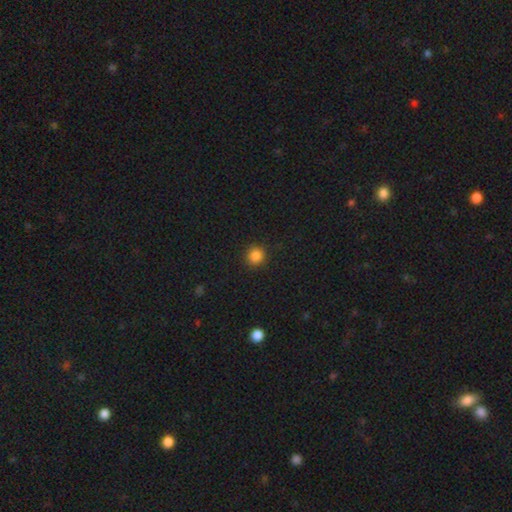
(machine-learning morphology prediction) smooth_or_featured: smooth (p=0.86) [alt: star or artifact p=0.12]
how_rounded: round (p=0.92) [alt: in between p=0.07]
merging: none (p=0.91) [alt: minor disturbance p=0.06]